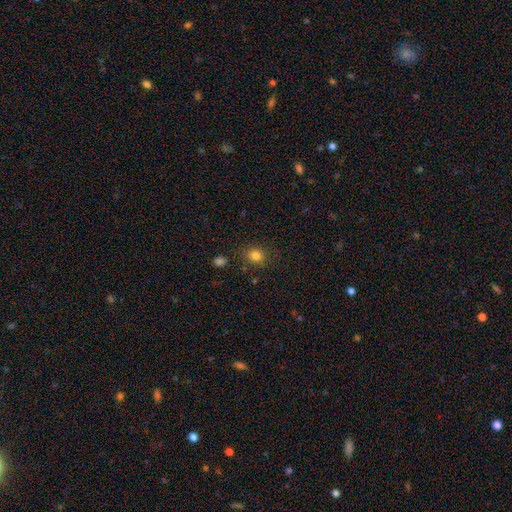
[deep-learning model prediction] Smooth or featured: smooth — 81% (star or artifact — 13%)
How rounded: round — 67% (in between — 32%)
Merging: none — 81% (minor disturbance — 12%)